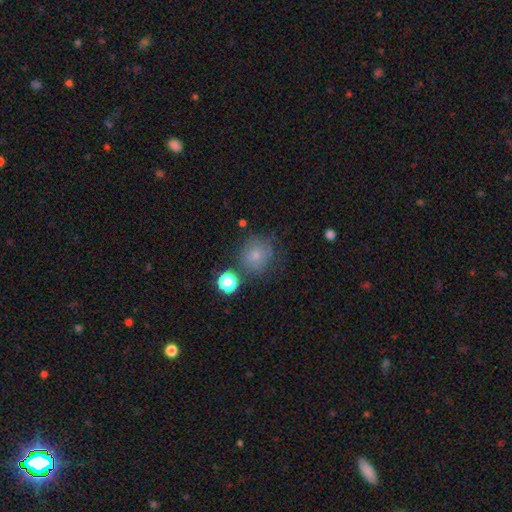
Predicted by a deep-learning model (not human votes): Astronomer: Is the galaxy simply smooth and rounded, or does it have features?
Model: smooth — 73%.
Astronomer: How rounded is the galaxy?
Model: round — 87%.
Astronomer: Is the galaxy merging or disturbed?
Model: none — 66%.